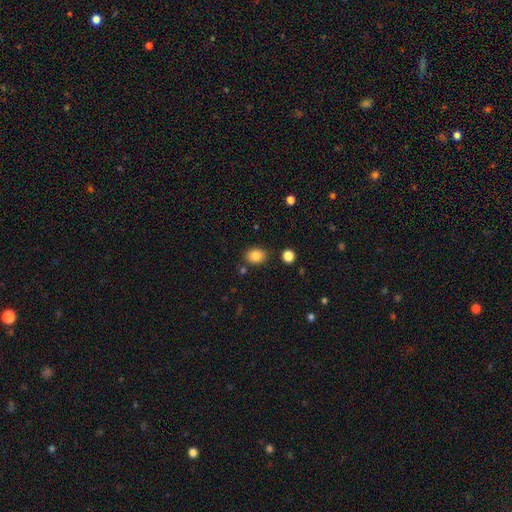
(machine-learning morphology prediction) This is clearly a smooth galaxy (85%). How rounded: possibly in between (52%). Merging: clearly none (83%).